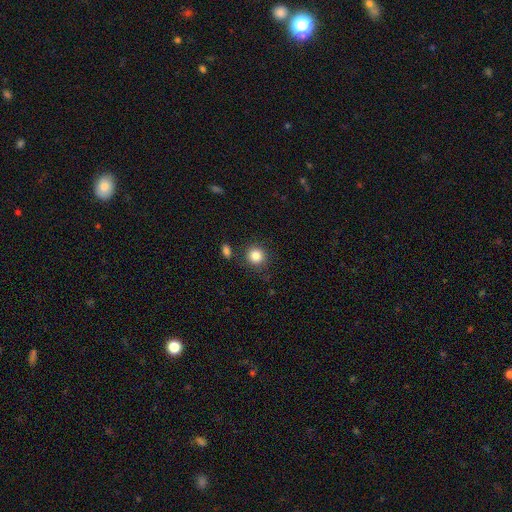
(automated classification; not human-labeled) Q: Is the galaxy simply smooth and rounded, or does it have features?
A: smooth — 85%.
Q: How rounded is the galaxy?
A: round — 89%.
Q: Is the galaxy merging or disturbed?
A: none — 83%.